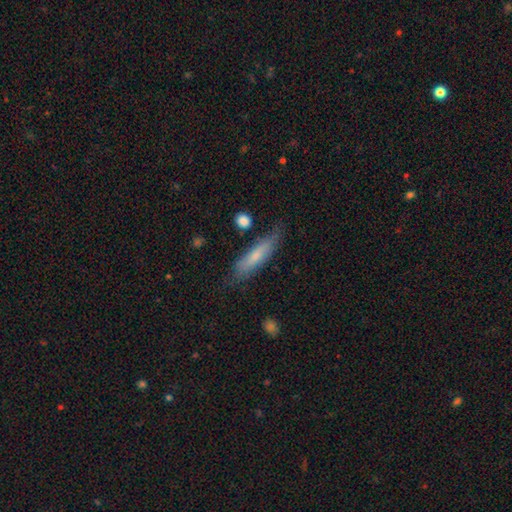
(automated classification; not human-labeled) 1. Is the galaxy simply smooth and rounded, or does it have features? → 65% smooth, 29% featured or disk, 7% star or artifact.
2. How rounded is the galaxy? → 75% cigar-shaped, 23% in between, 2% round.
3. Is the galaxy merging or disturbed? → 70% none, 21% minor disturbance, 6% major disturbance, 3% merger.